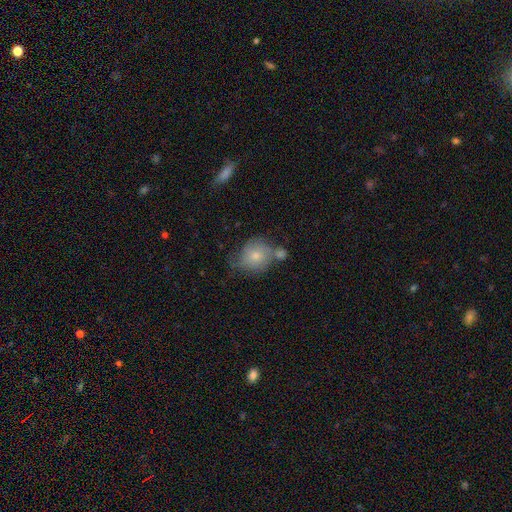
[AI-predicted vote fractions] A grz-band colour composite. It shows a smooth galaxy with no disk features (67%) that is round (71%). Merging: none (42%).